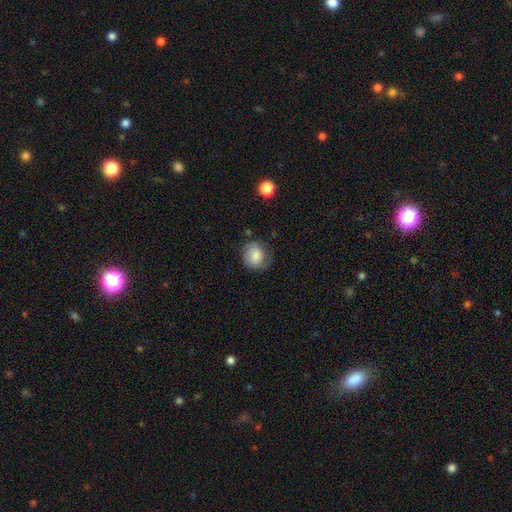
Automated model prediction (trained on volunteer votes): smooth-or-featured: smooth: 72% | featured or disk: 20% | star or artifact: 8%
  how-rounded: round: 73% | in between: 26% | cigar-shaped: 1%
  merging: none: 59% | minor disturbance: 28% | major disturbance: 12% | merger: 2%